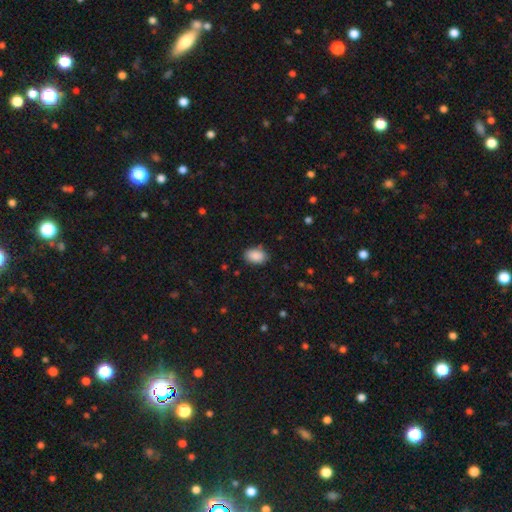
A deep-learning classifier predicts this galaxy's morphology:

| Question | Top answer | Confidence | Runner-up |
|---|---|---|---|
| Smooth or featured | smooth | 90% | star or artifact (7%) |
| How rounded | in between | 86% | round (13%) |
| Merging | none | 84% | minor disturbance (12%) |